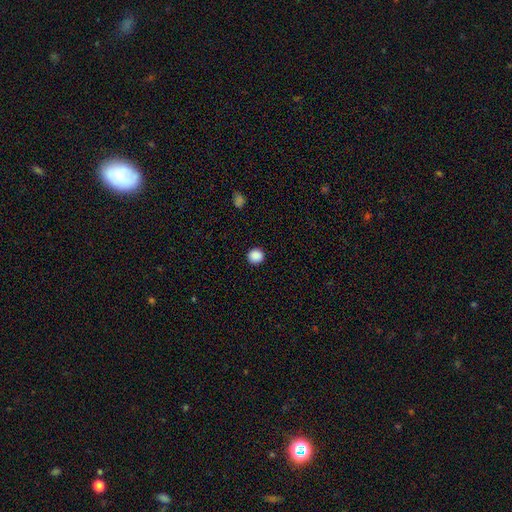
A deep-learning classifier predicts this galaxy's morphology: A smooth galaxy with no disk features (89%) that is round (94%). Merging: none (93%).